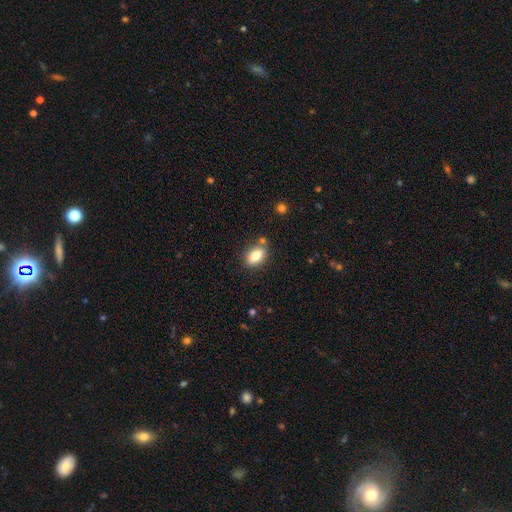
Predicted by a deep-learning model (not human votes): Overall: smooth (82%). How rounded: in between (85%). Merging: none (75%).